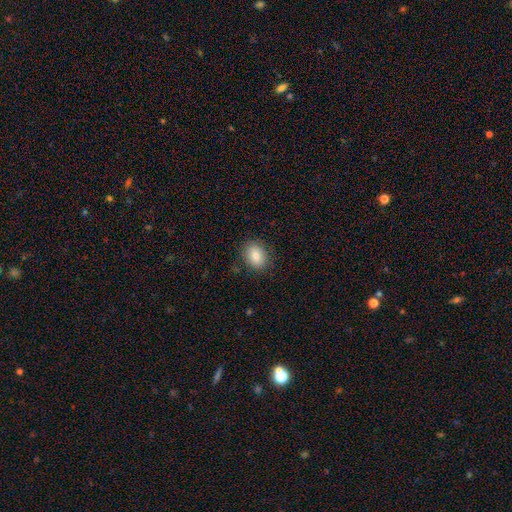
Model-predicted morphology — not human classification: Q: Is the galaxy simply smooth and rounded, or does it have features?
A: smooth — 84%.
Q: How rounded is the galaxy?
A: in between — 66%.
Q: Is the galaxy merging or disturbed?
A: none — 86%.